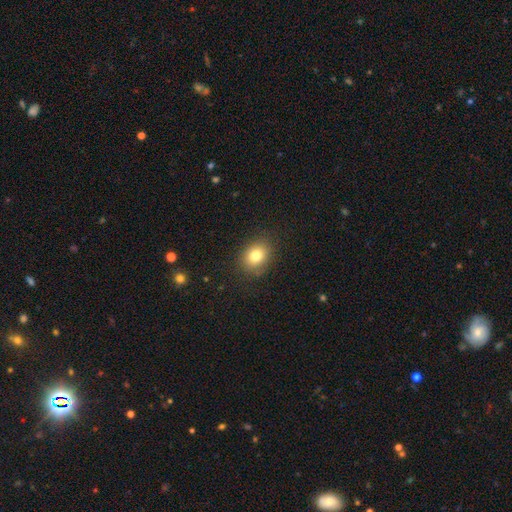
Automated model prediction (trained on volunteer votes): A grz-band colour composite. It shows a smooth galaxy with no disk features (80%) that is round (53%). Merging: none (86%).